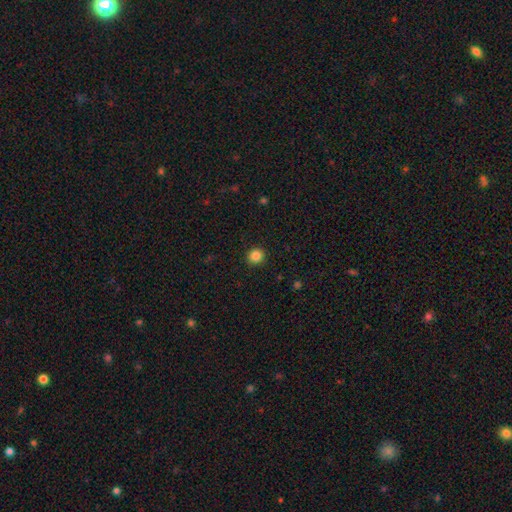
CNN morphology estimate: Smooth or featured? smooth (86%)
How rounded? round (90%)
Merging? none (92%)